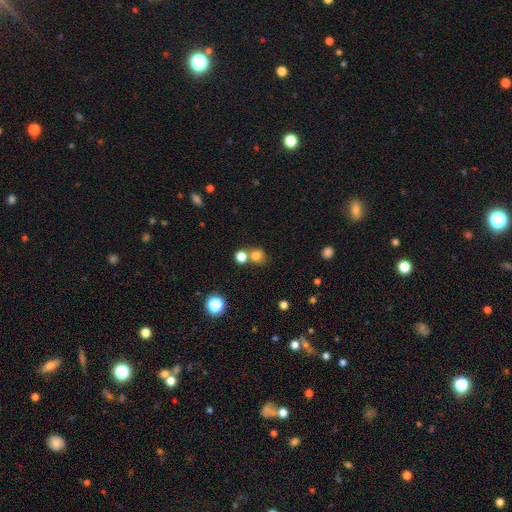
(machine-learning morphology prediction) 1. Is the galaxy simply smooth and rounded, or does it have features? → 77% smooth, 15% star or artifact, 7% featured or disk.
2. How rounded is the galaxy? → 82% round, 17% in between, 1% cigar-shaped.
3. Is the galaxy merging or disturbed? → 57% none, 32% merger, 8% minor disturbance, 4% major disturbance.